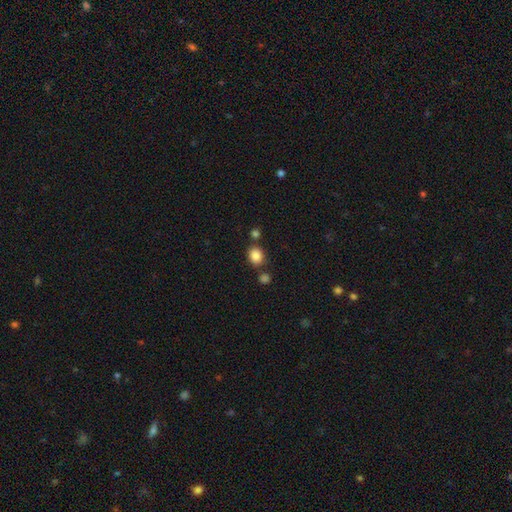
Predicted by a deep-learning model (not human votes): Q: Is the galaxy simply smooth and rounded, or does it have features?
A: smooth — 85%.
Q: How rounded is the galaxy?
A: round — 60%.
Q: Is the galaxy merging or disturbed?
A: none — 74%.